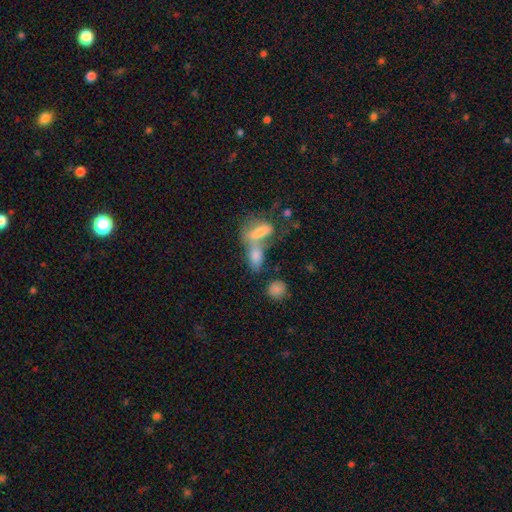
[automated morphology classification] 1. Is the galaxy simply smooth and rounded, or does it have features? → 73% smooth, 17% featured or disk, 10% star or artifact.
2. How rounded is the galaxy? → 79% in between, 14% cigar-shaped, 7% round.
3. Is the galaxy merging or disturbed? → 64% merger, 23% none, 8% minor disturbance, 6% major disturbance.